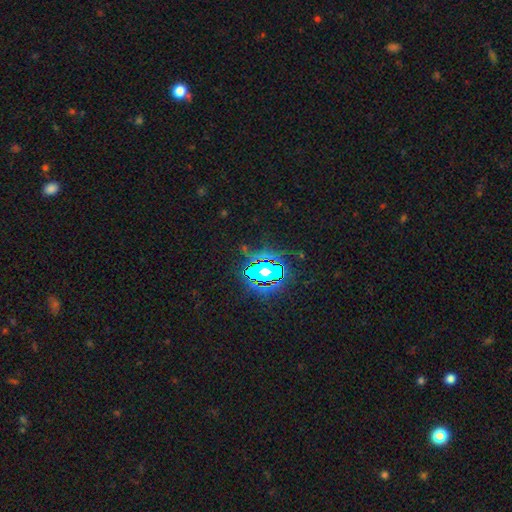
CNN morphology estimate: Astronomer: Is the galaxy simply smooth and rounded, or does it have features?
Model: star or artifact — 81%.